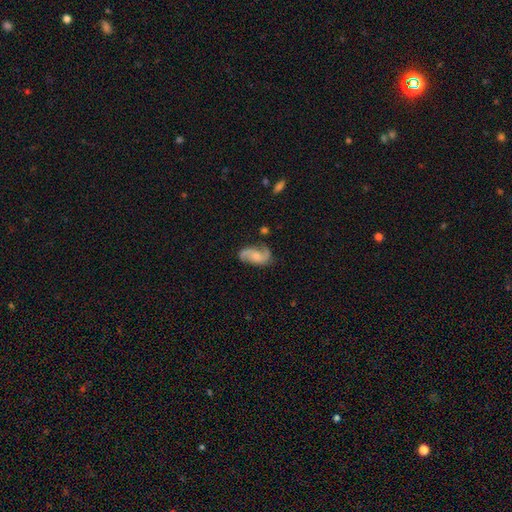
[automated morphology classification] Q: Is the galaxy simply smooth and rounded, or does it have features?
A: featured or disk — 78%.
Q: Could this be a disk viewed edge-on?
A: no — 97%.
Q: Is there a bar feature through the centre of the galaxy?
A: no — 58%.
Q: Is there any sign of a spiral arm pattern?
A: yes — 95%.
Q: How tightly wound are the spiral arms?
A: loose — 50%.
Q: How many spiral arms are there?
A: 2 — 90%.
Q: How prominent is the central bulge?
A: moderate — 31%.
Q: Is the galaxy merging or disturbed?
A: none — 70%.